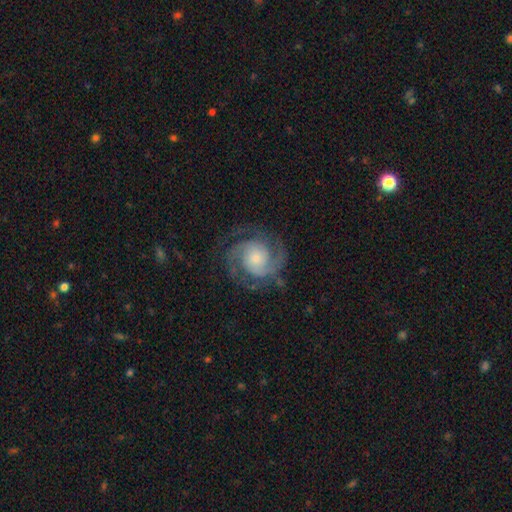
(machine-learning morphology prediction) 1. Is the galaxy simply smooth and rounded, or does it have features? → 89% featured or disk, 5% smooth, 5% star or artifact.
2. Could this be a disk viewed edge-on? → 98% no, 2% yes.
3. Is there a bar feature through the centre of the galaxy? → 71% no, 23% weak, 6% strong.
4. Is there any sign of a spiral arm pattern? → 98% yes, 2% no.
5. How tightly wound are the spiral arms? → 51% tight, 42% medium, 7% loose.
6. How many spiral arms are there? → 74% 2, 13% 3, 5% can't tell, 3% 4, 3% 1, 3% more than 4.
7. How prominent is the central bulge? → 49% small, 35% moderate, 10% large, 5% none, 2% dominant.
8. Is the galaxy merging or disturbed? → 79% none, 13% minor disturbance, 7% major disturbance, 1% merger.